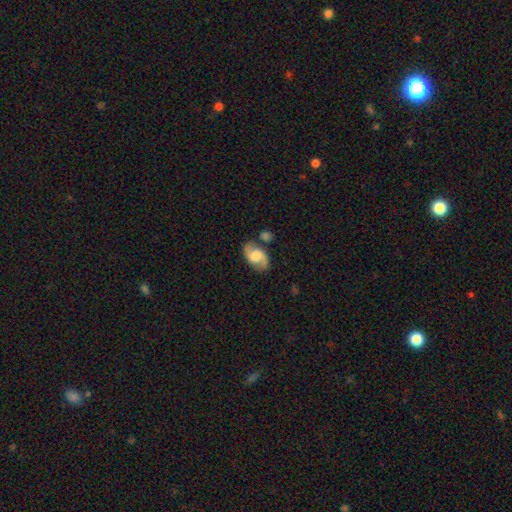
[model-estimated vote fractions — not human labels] Smooth or featured?
  - featured or disk: 66% *
  - smooth: 27%
  - star or artifact: 7%
Edge-on disk?
  - no: 96% *
  - yes: 4%
Bar?
  - no: 47% *
  - weak: 43%
  - strong: 11%
Spiral arms?
  - yes: 89% *
  - no: 11%
Spiral winding?
  - medium: 44% *
  - loose: 41%
  - tight: 14%
Spiral arm count?
  - 2: 91% *
  - can't tell: 4%
  - 1: 2%
  - 3: 1%
  - 4: 1%
  - more than 4: 1%
Bulge size?
  - moderate: 41% *
  - large: 38%
  - small: 11%
  - none: 6%
  - dominant: 4%
Merging?
  - none: 70% *
  - minor disturbance: 16%
  - merger: 8%
  - major disturbance: 5%